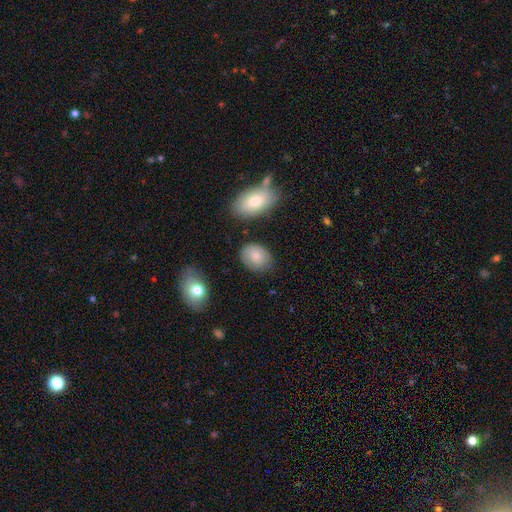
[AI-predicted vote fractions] A smooth galaxy with no disk features (82%) that is in between round and cigar-shaped (67%). Merging: none (76%).